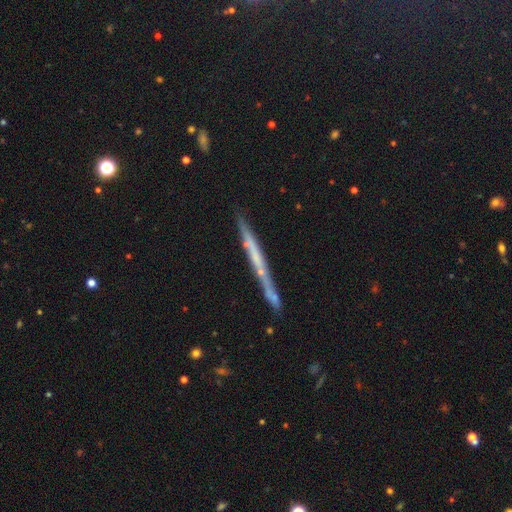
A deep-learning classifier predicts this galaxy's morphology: Smooth or featured? featured or disk (61%)
Edge-on disk? yes (94%)
Edge-on bulge? none (80%)
Merging? none (75%)